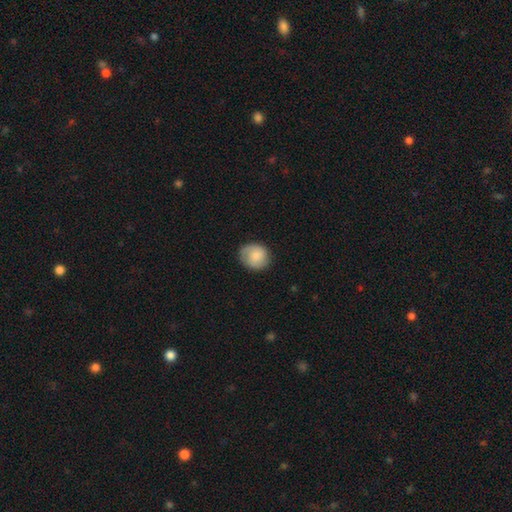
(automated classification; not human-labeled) This is likely a smooth galaxy (74%). How rounded: likely round (76%). Merging: likely none (75%).